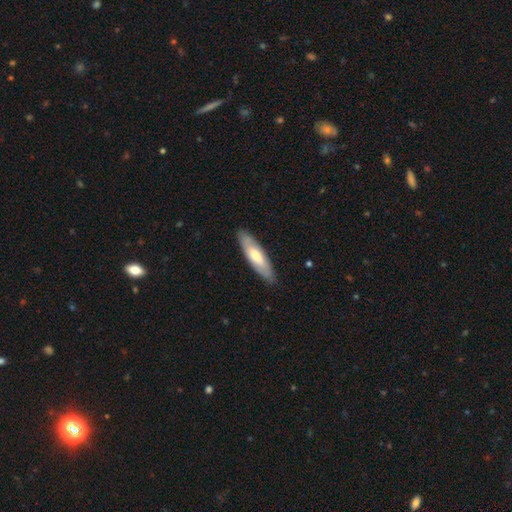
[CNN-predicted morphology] A smooth galaxy with no disk features (58%) that is cigar-shaped (61%). Merging: none (87%).